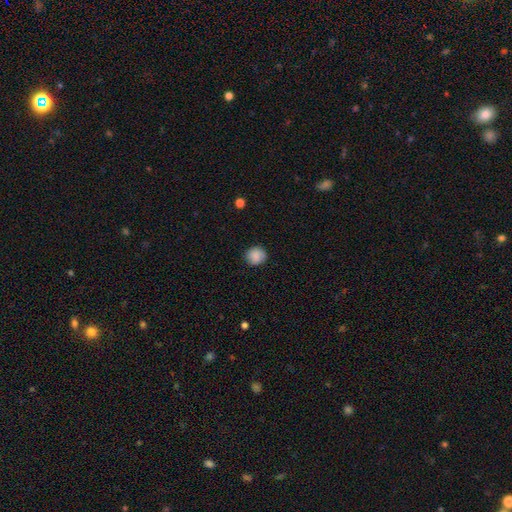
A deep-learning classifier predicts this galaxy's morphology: Overall: smooth (85%). How rounded: round (86%). Merging: none (84%).